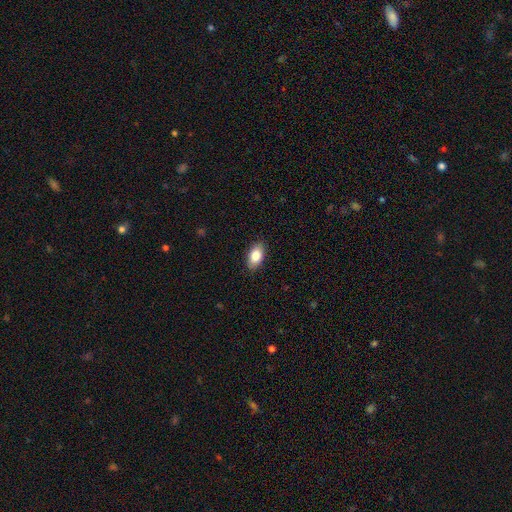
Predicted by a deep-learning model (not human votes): This is clearly a smooth galaxy (84%). How rounded: clearly in between (92%). Merging: clearly none (87%).